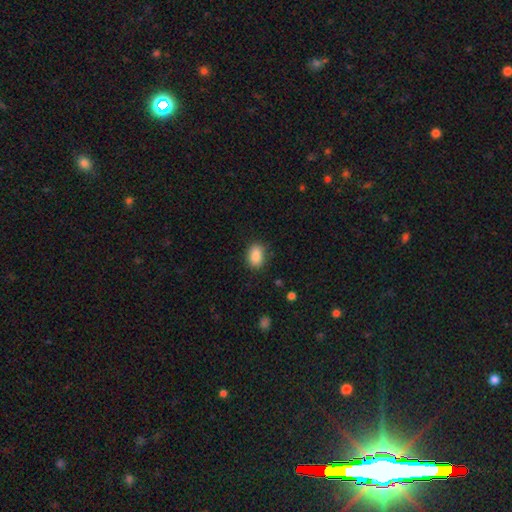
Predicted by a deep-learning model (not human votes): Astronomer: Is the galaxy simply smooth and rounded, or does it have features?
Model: smooth — 88%.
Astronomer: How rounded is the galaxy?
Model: in between — 83%.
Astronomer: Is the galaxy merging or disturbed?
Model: none — 84%.